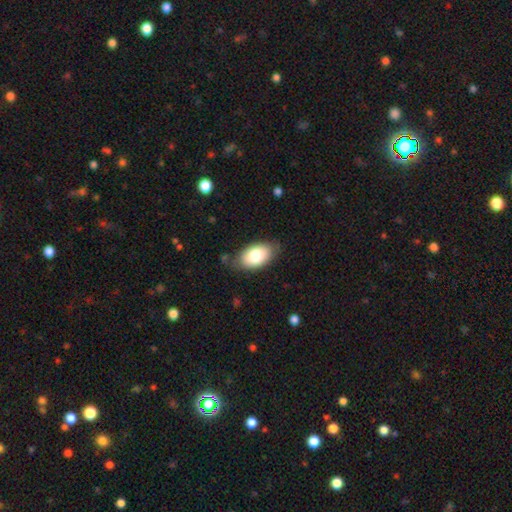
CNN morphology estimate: smooth 80%, featured or disk 14%, star or artifact 6%. Down the decision tree: how rounded — in between (93%); merging — none (76%).